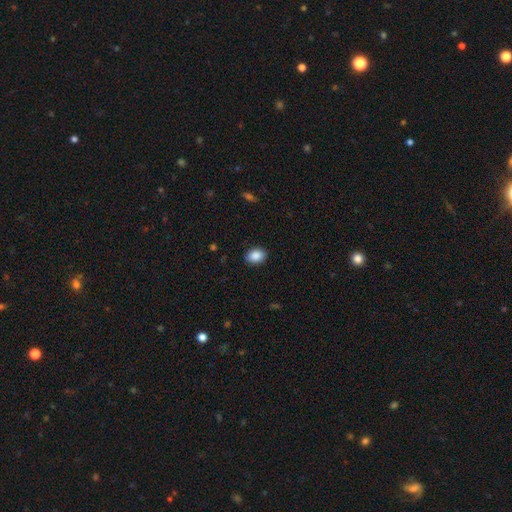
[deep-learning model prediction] Smooth or featured?
  - smooth: 89% *
  - star or artifact: 8%
  - featured or disk: 4%
How rounded?
  - in between: 73% *
  - round: 26%
  - cigar-shaped: 1%
Merging?
  - none: 89% *
  - minor disturbance: 8%
  - major disturbance: 2%
  - merger: 1%